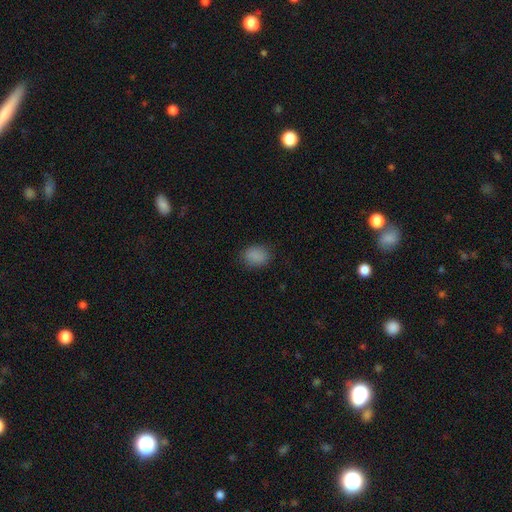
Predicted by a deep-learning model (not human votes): Smooth or featured? Predicted: smooth (p=0.86). How rounded? Predicted: in between (p=0.64). Merging? Predicted: none (p=0.83).